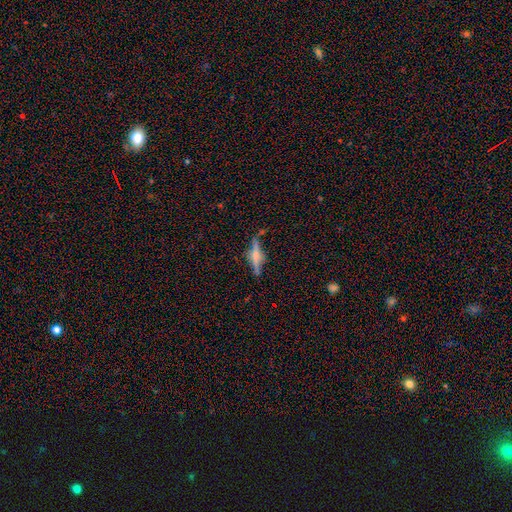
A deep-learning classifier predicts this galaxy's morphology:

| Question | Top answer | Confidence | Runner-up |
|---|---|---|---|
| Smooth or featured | featured or disk | 61% | smooth (30%) |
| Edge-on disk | yes | 94% | no (6%) |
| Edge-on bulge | rounded | 70% | boxy (20%) |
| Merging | none | 76% | minor disturbance (16%) |